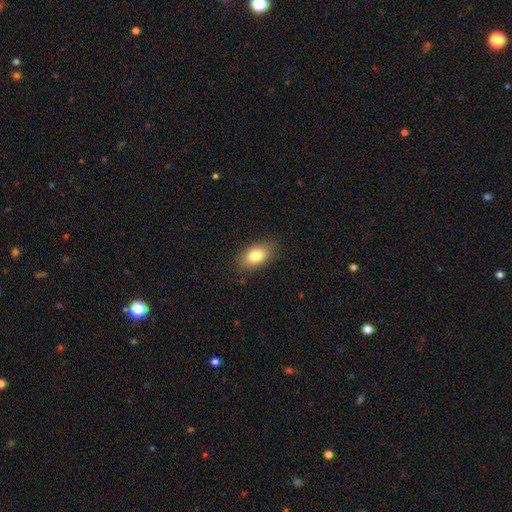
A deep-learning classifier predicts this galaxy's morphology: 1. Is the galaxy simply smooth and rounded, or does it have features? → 81% smooth, 11% featured or disk, 8% star or artifact.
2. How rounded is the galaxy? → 90% in between, 7% round, 2% cigar-shaped.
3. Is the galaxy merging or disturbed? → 85% none, 12% minor disturbance, 3% major disturbance, 1% merger.